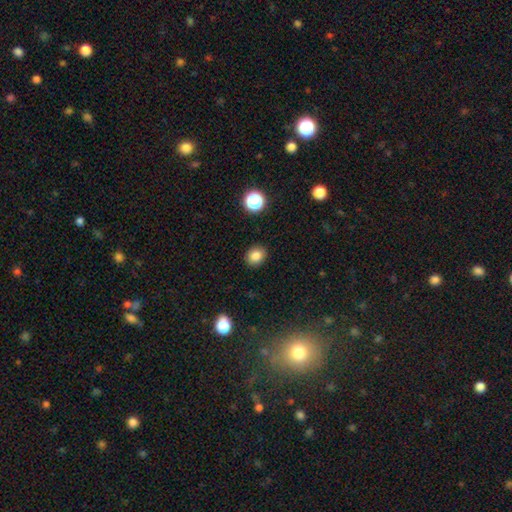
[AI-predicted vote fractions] smooth_or_featured: smooth (p=0.84) [alt: star or artifact p=0.12]
how_rounded: round (p=0.60) [alt: in between p=0.39]
merging: none (p=0.89) [alt: minor disturbance p=0.08]